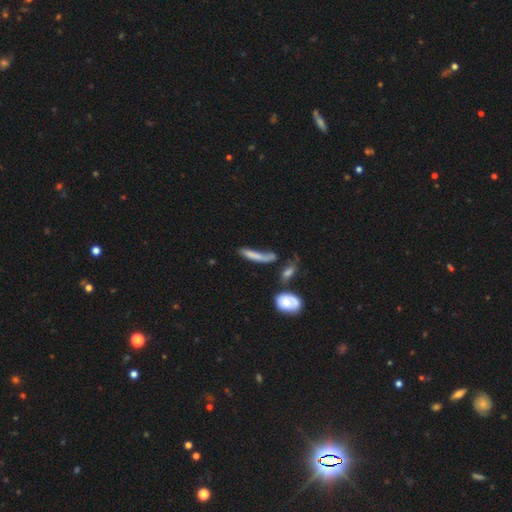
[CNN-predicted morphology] type=smooth (64%); roundness=cigar-shaped (72%); merging=none (32%).